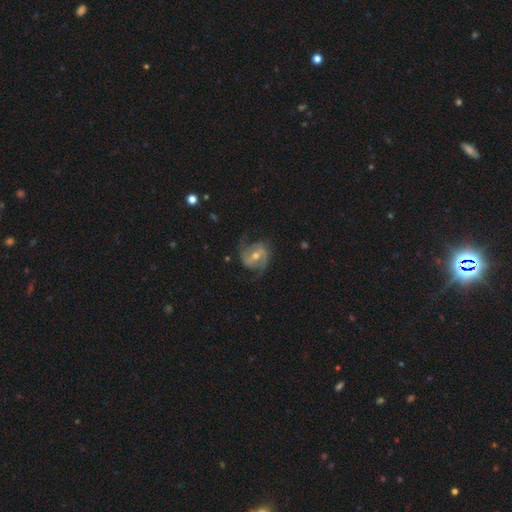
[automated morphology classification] Smooth or featured? featured or disk (83%)
Edge-on disk? no (97%)
Bar? weak (44%)
Spiral arms? yes (94%)
Spiral winding? medium (49%)
Spiral arm count? 2 (84%)
Bulge size? moderate (64%)
Merging? none (72%)